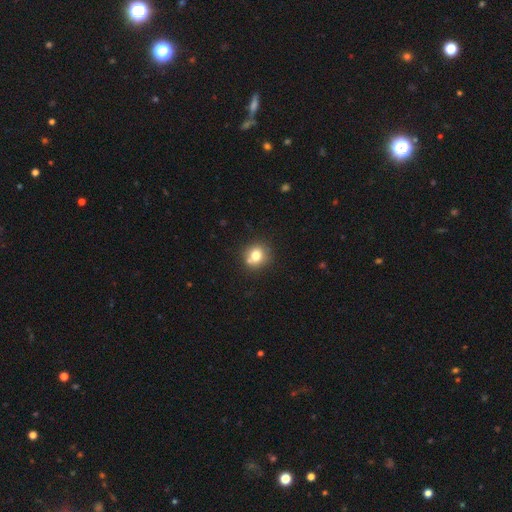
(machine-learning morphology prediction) This appears to be a smooth galaxy with no disk features (75%) that is round (84%). Merging: none (72%).